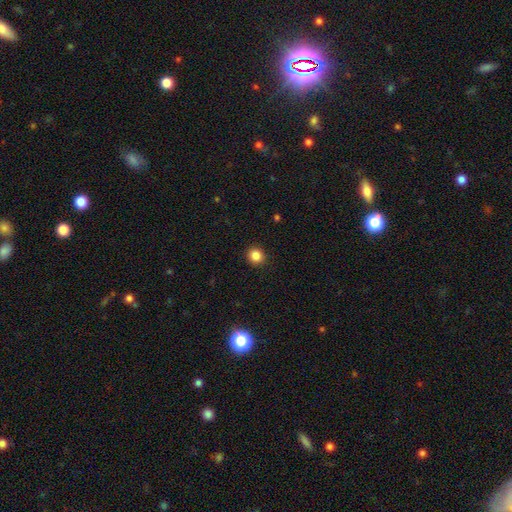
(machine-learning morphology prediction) smooth_or_featured: smooth (p=0.85) [alt: star or artifact p=0.11]
how_rounded: round (p=0.86) [alt: in between p=0.13]
merging: none (p=0.92) [alt: minor disturbance p=0.06]